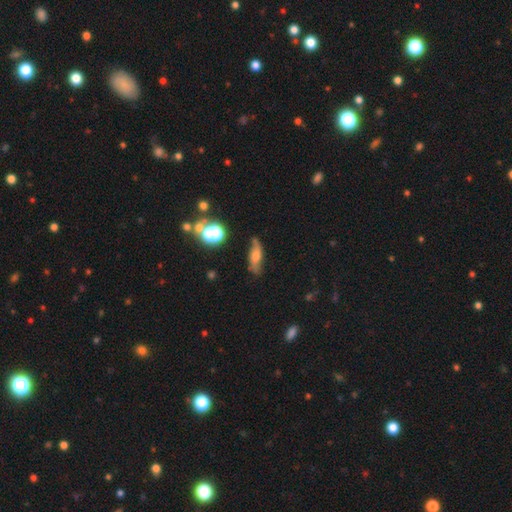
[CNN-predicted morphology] A featured or disk galaxy (48%).

Vote fractions:
- Smooth or featured? featured or disk: 48% / smooth: 40% / star or artifact: 11%
- Merging? none: 68% / minor disturbance: 22% / major disturbance: 7% / merger: 4%